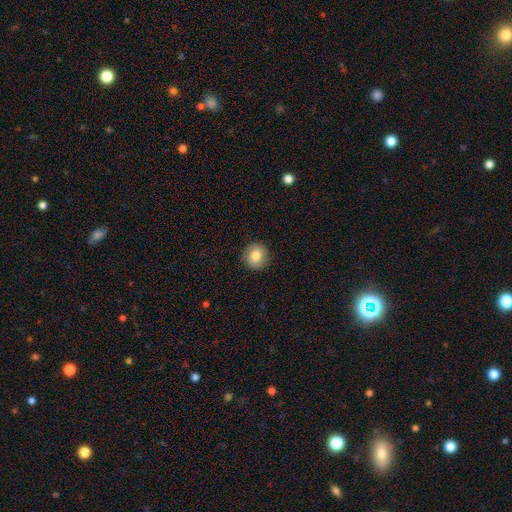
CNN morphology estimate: Smooth or featured: smooth — 83% (star or artifact — 9%)
How rounded: round — 89% (in between — 10%)
Merging: none — 90% (minor disturbance — 7%)